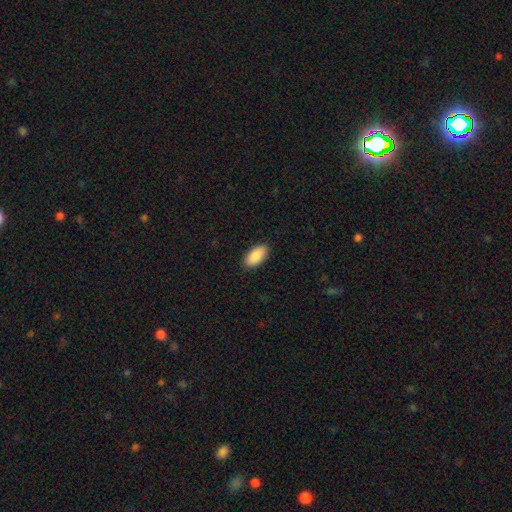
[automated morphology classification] A smooth galaxy with no disk features (89%) that is in between round and cigar-shaped (94%).

Vote fractions:
- Smooth or featured? smooth: 89% / star or artifact: 6% / featured or disk: 5%
- How rounded? in between: 94% / cigar-shaped: 4% / round: 2%
- Merging? none: 89% / minor disturbance: 8% / major disturbance: 2% / merger: 1%